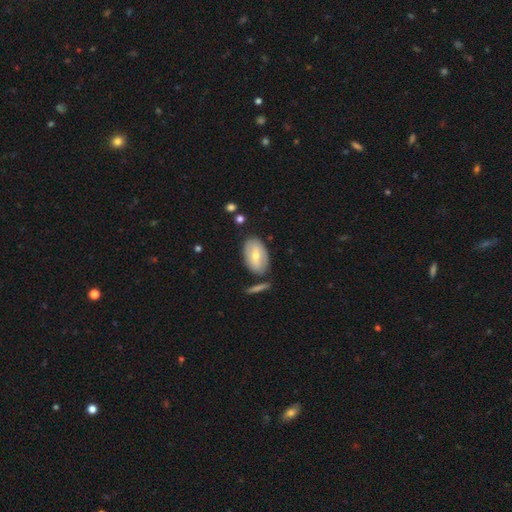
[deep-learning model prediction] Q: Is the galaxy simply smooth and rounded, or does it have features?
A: smooth — 58%.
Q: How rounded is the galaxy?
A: in between — 91%.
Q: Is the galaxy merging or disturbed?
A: none — 71%.